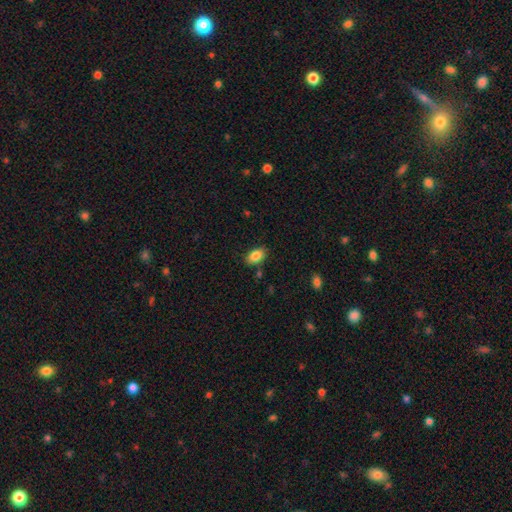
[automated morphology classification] This appears to be a smooth galaxy with no disk features (86%) that is in between round and cigar-shaped (89%). Merging: none (82%).